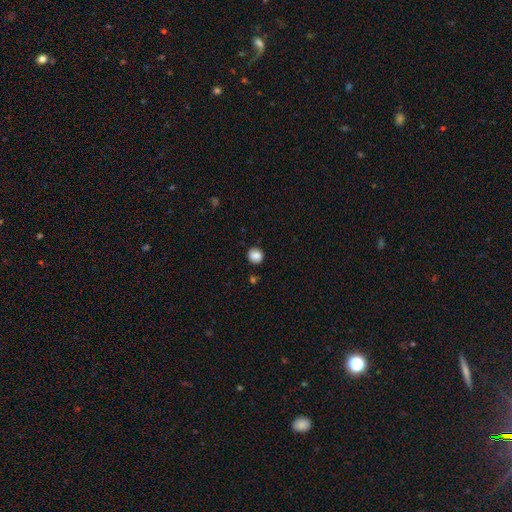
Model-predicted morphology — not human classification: A smooth galaxy with no disk features (86%) that is round (85%). Merging: none (85%).